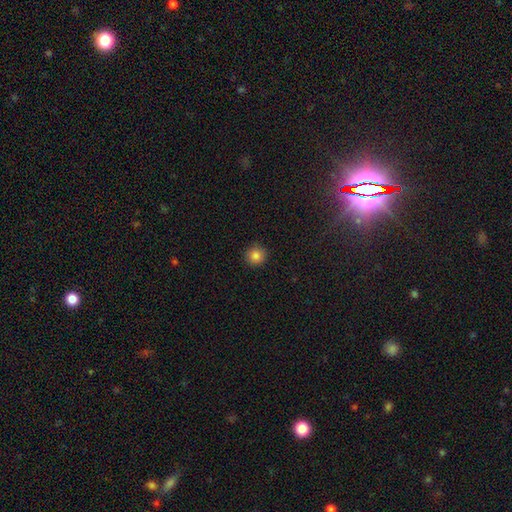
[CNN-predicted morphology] This is clearly a smooth galaxy (85%). How rounded: clearly round (95%). Merging: clearly none (92%).